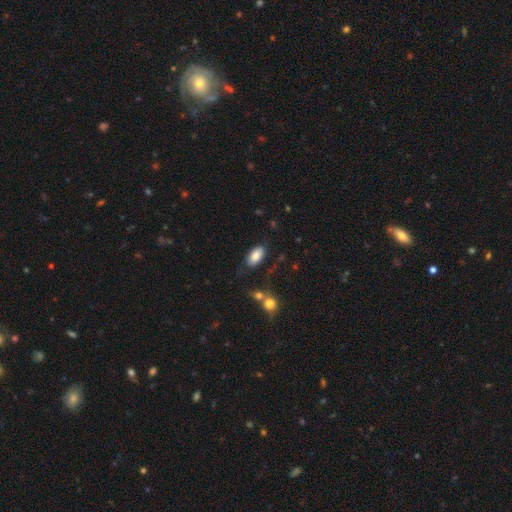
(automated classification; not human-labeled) Smooth or featured? Predicted: smooth (p=0.82). How rounded? Predicted: in between (p=0.93). Merging? Predicted: none (p=0.75).